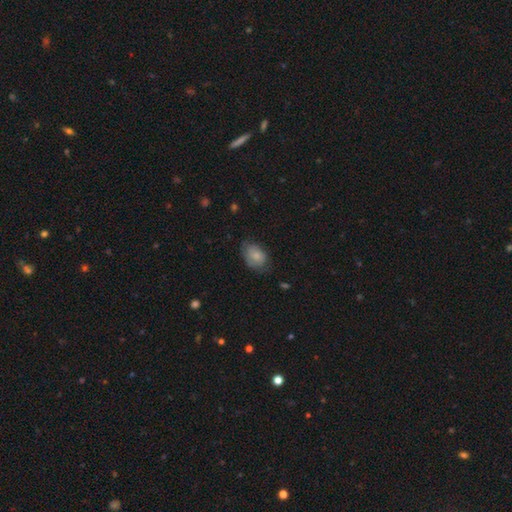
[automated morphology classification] A smooth galaxy with no disk features (75%) that is in between round and cigar-shaped (82%). Merging: none (60%).